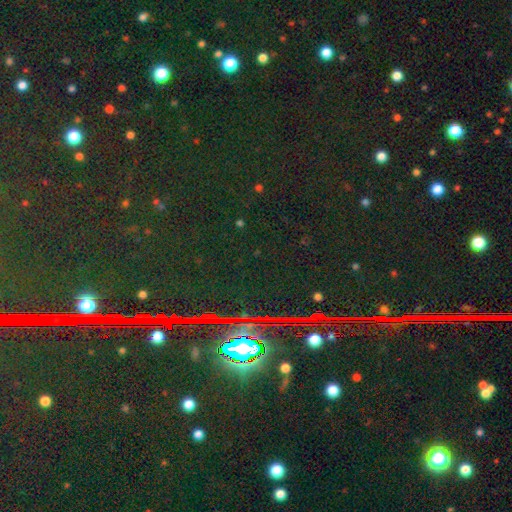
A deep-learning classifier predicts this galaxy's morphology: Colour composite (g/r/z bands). It shows a star or artifact, not a galaxy (83%).